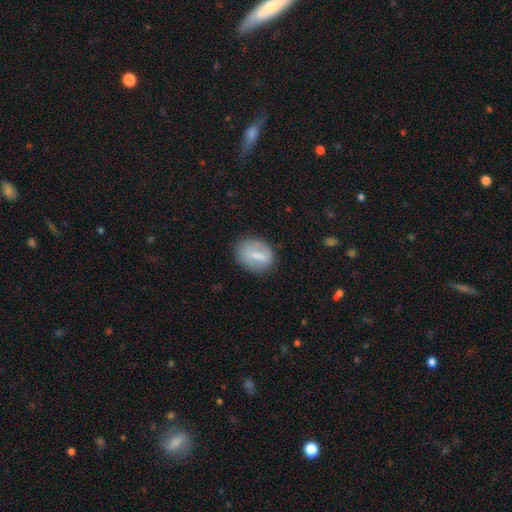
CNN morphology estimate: Overall: smooth (66%; featured or disk 27%). How rounded: in between (67%; round 31%). Merging: none (74%).